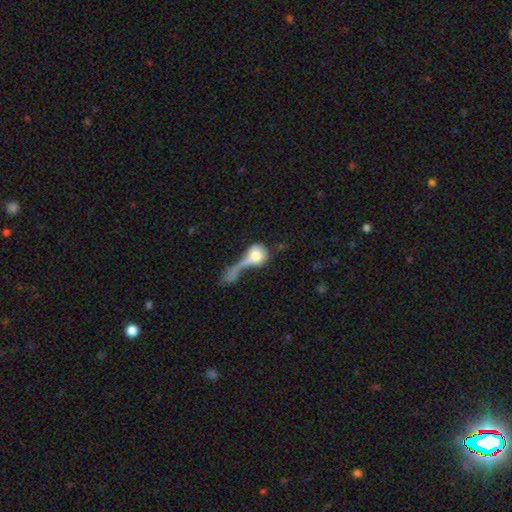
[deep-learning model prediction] A smooth galaxy with no disk features (65%) that is round (69%).

Vote fractions:
- Smooth or featured? smooth: 65% / featured or disk: 26% / star or artifact: 9%
- How rounded? round: 69% / in between: 26% / cigar-shaped: 5%
- Merging? major disturbance: 45% / merger: 28% / none: 15% / minor disturbance: 11%